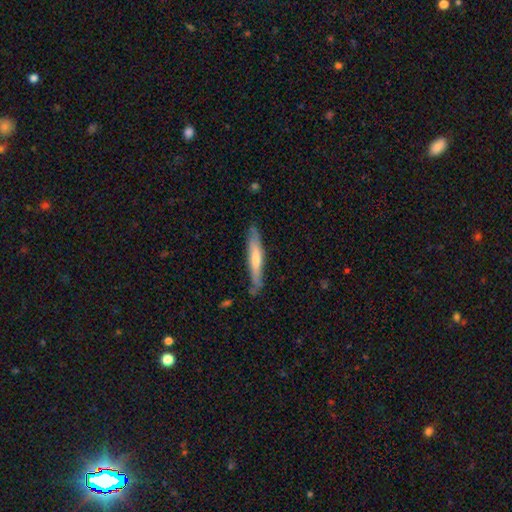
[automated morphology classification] smooth-or-featured: featured or disk: 48% | smooth: 47% | star or artifact: 5%
  merging: none: 82% | minor disturbance: 14% | major disturbance: 2% | merger: 2%